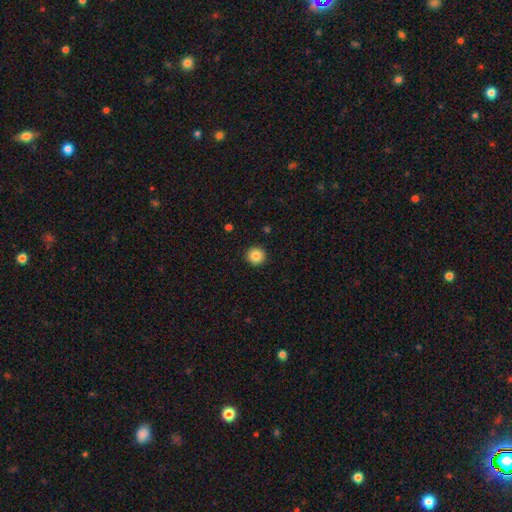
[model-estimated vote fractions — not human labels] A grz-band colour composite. It shows a smooth galaxy with no disk features (85%) that is round (95%). Merging: none (93%).